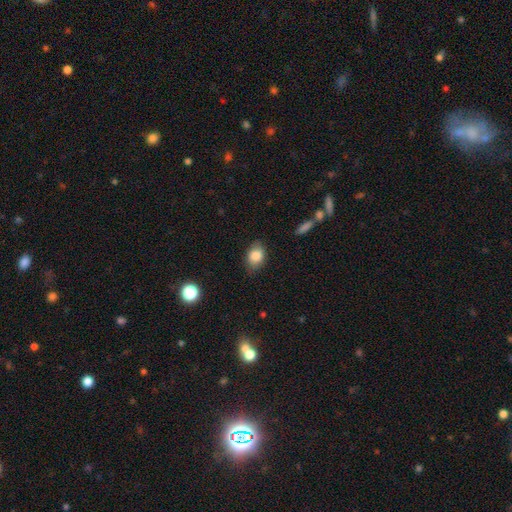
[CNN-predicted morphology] Overall: smooth (84%). How rounded: in between (78%). Merging: none (79%).